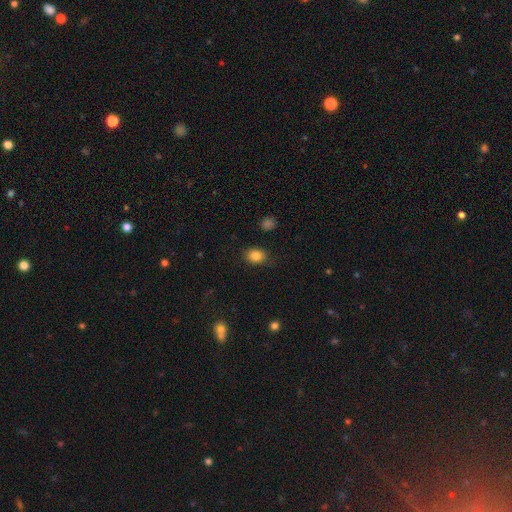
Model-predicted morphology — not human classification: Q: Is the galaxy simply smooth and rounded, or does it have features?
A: smooth — 85%.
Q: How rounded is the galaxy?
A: in between — 53%.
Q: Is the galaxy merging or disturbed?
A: none — 83%.